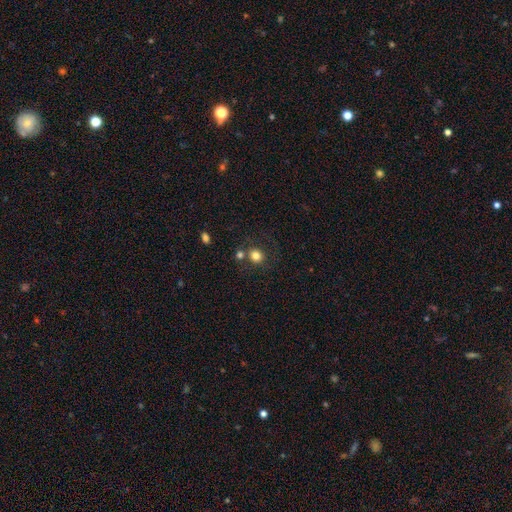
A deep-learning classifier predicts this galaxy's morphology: Smooth or featured?
  - smooth: 80% *
  - star or artifact: 12%
  - featured or disk: 8%
How rounded?
  - round: 82% *
  - in between: 17%
  - cigar-shaped: 1%
Merging?
  - none: 67% *
  - merger: 18%
  - minor disturbance: 10%
  - major disturbance: 5%